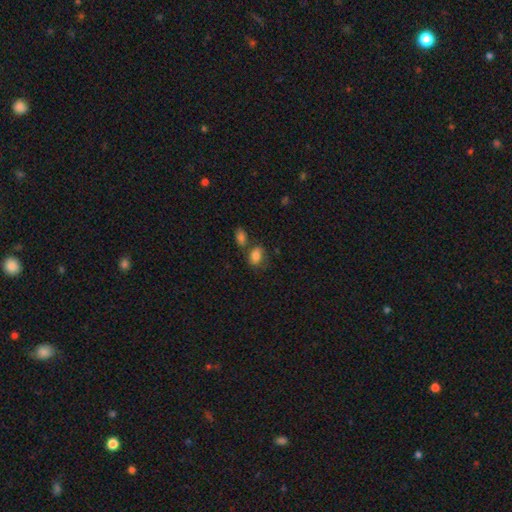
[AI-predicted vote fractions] Overall: smooth (78%). How rounded: in between (75%). Merging: none (49%; merger 23%).